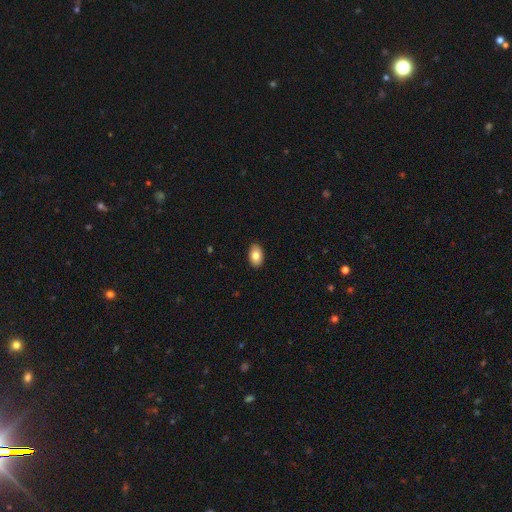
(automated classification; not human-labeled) A smooth galaxy with no disk features (82%) that is in between round and cigar-shaped (90%). Merging: none (90%).